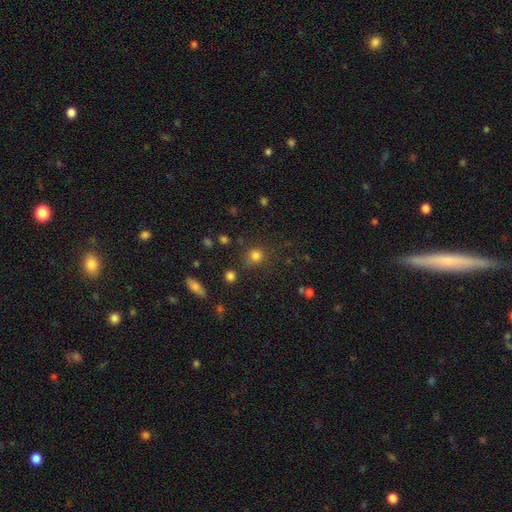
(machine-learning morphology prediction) type=smooth (78%); roundness=round (82%); merging=none (74%).